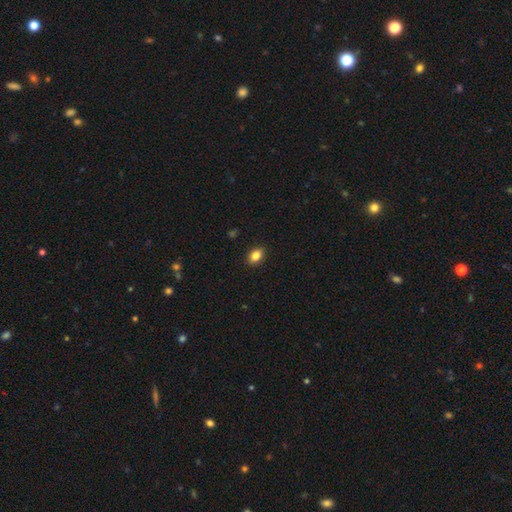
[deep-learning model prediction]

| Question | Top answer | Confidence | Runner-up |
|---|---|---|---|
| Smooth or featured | smooth | 84% | star or artifact (9%) |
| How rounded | in between | 81% | round (17%) |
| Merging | none | 89% | minor disturbance (9%) |